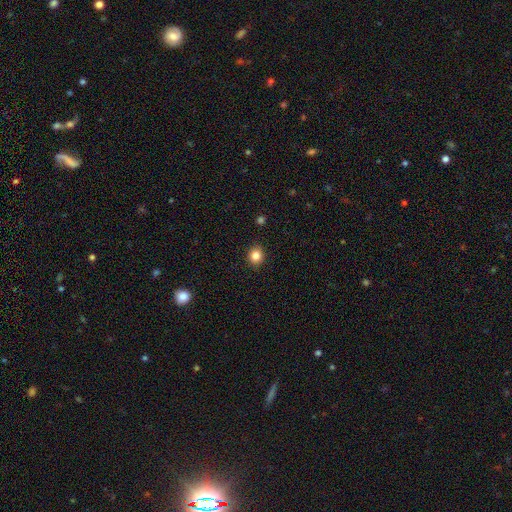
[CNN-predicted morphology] smooth 84%, star or artifact 11%, featured or disk 5%. Down the decision tree: how rounded — round (82%); merging — none (90%).